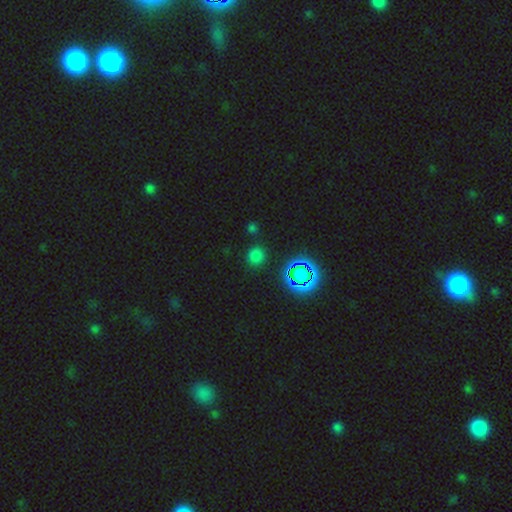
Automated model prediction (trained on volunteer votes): Smooth or featured?
  - smooth: 63% *
  - star or artifact: 30%
  - featured or disk: 6%
How rounded?
  - round: 91% *
  - in between: 8%
  - cigar-shaped: 1%
Merging?
  - none: 87% *
  - minor disturbance: 7%
  - major disturbance: 3%
  - merger: 3%